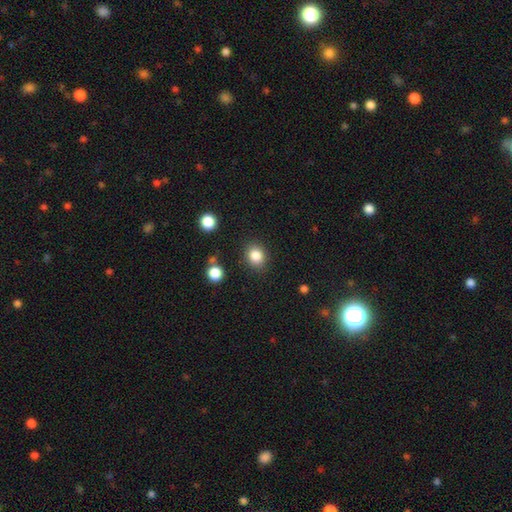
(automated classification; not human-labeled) smooth_or_featured: smooth (p=0.84) [alt: star or artifact p=0.11]
how_rounded: round (p=0.69) [alt: in between p=0.30]
merging: none (p=0.86) [alt: minor disturbance p=0.09]